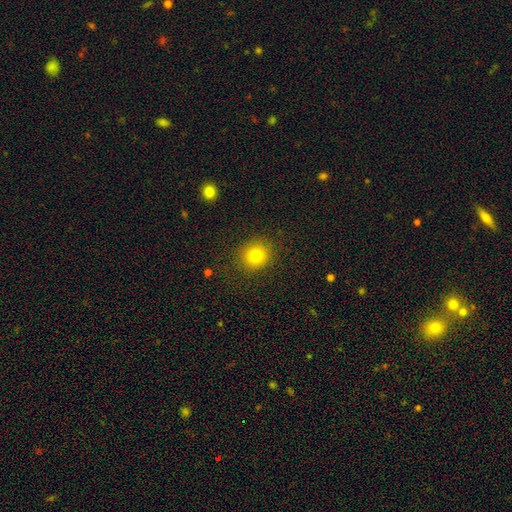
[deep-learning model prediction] Smooth or featured: smooth — 78% (star or artifact — 13%)
How rounded: round — 83% (in between — 16%)
Merging: none — 87% (minor disturbance — 8%)